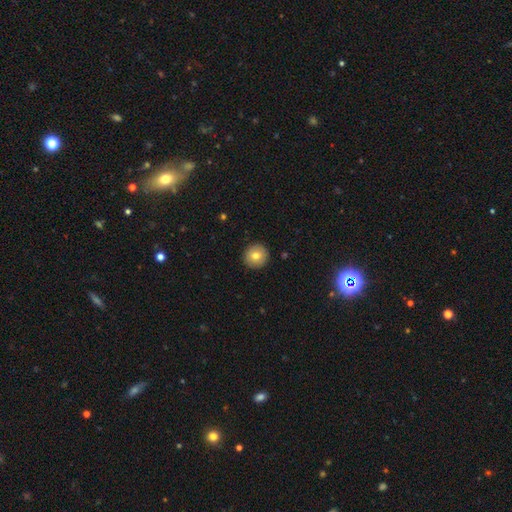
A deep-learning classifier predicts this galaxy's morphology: Smooth or featured?
  - smooth: 77% *
  - featured or disk: 14%
  - star or artifact: 9%
How rounded?
  - round: 94% *
  - in between: 5%
  - cigar-shaped: 1%
Merging?
  - none: 92% *
  - minor disturbance: 5%
  - major disturbance: 2%
  - merger: 1%